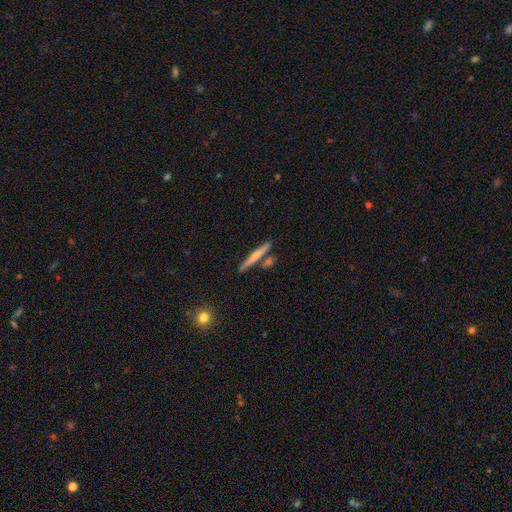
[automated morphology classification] A smooth galaxy with no disk features (53%) that is cigar-shaped (94%). Merging: none (76%).